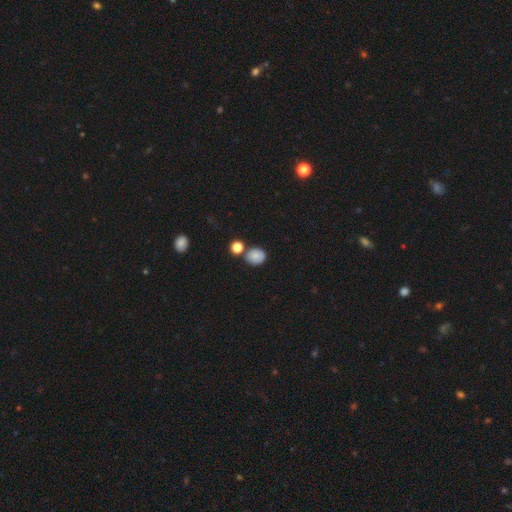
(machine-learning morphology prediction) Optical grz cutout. It shows a smooth galaxy with no disk features (81%) that is round (66%). Merging: none (71%).